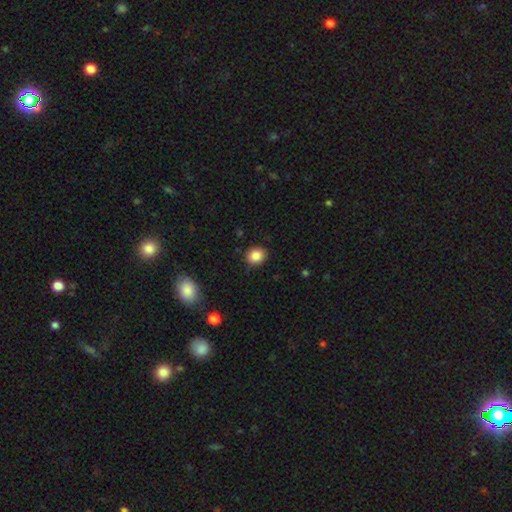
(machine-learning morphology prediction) Q: Smooth or featured?
A: smooth (86%); runner-up: star or artifact (10%)
Q: How rounded?
A: round (70%); runner-up: in between (29%)
Q: Merging?
A: none (87%); runner-up: minor disturbance (10%)